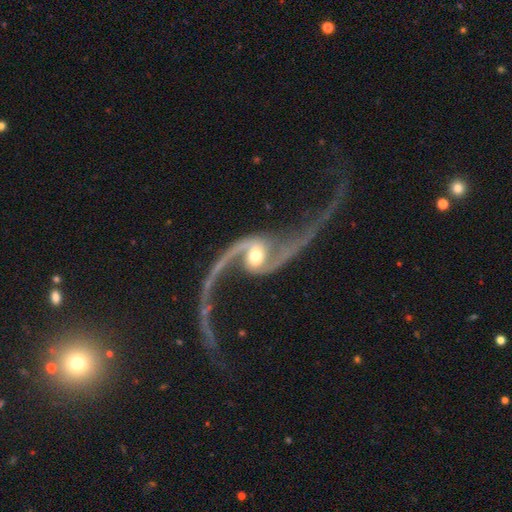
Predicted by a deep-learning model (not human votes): A featured or disk galaxy (92%) with no bar (45%), 2 (94%) loose (90%) spiral arms (97%) and a moderate central bulge (71%). Merging: none (53%).